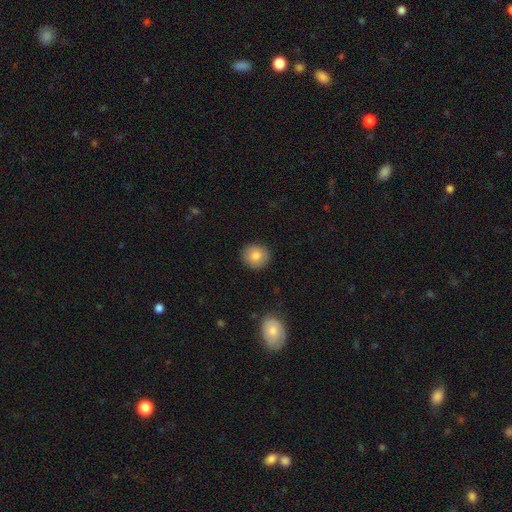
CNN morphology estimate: Smooth or featured? Predicted: smooth (p=0.83). How rounded? Predicted: round (p=0.88). Merging? Predicted: none (p=0.89).